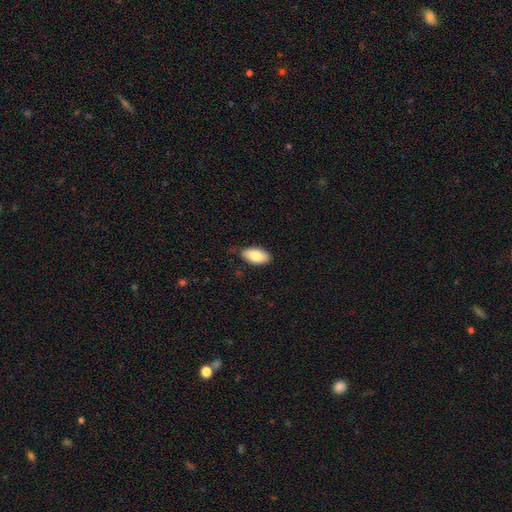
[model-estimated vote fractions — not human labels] The model was most divided on "merging": none: 76%, minor disturbance: 20%, major disturbance: 3%, merger: 1%. More confident: how rounded — in between (94%); smooth or featured — smooth (85%).